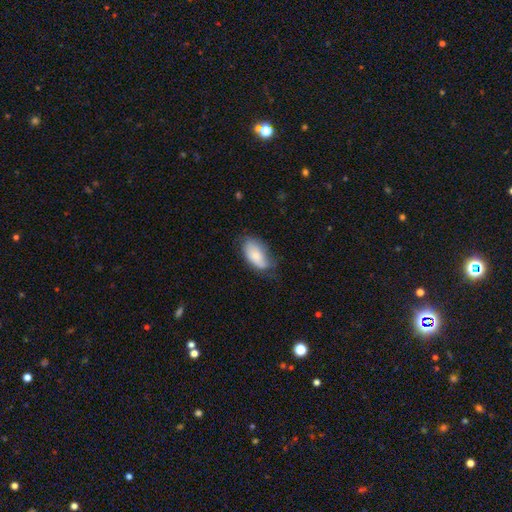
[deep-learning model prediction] Smooth or featured: smooth — 78% (featured or disk — 16%)
How rounded: in between — 94% (cigar-shaped — 3%)
Merging: none — 53% (minor disturbance — 34%)